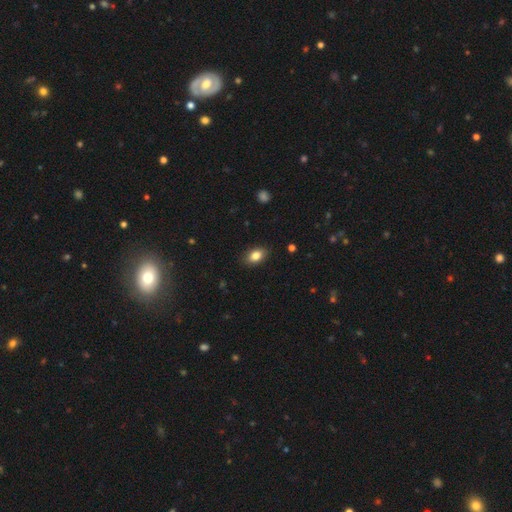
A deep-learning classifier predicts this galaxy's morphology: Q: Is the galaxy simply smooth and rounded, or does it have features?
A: smooth — 84%.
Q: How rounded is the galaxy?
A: in between — 88%.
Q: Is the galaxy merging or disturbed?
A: none — 87%.